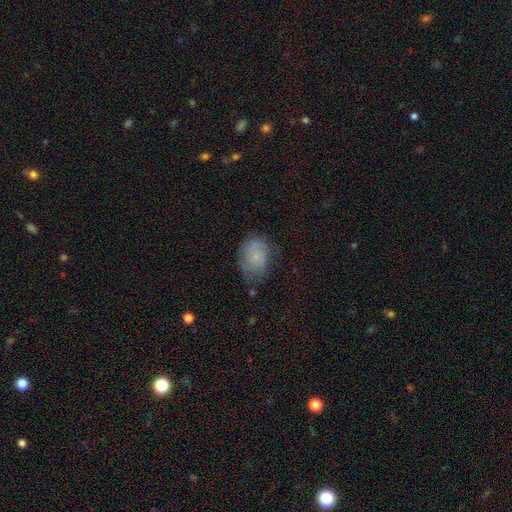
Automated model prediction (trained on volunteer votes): Smooth or featured? smooth (67%)
How rounded? in between (73%)
Merging? none (56%)